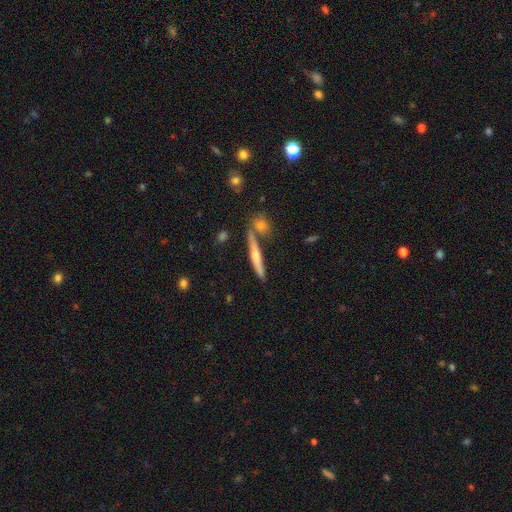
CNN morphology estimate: Smooth or featured? Predicted: featured or disk (p=0.61). Edge-on disk? Predicted: yes (p=0.91). Edge-on bulge? Predicted: rounded (p=0.78). Merging? Predicted: none (p=0.66).